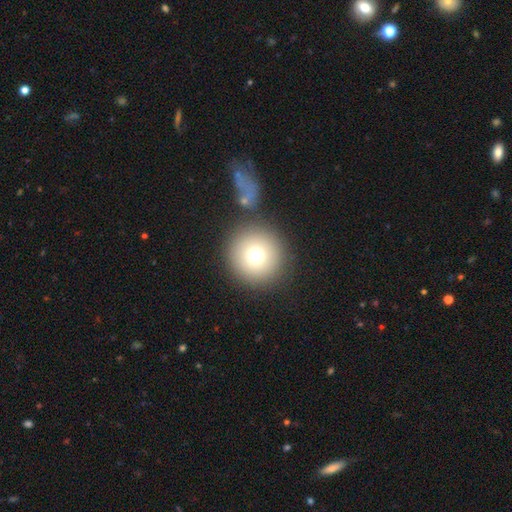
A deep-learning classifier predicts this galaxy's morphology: This is likely a smooth galaxy (74%). How rounded: clearly round (95%). Merging: clearly none (81%).